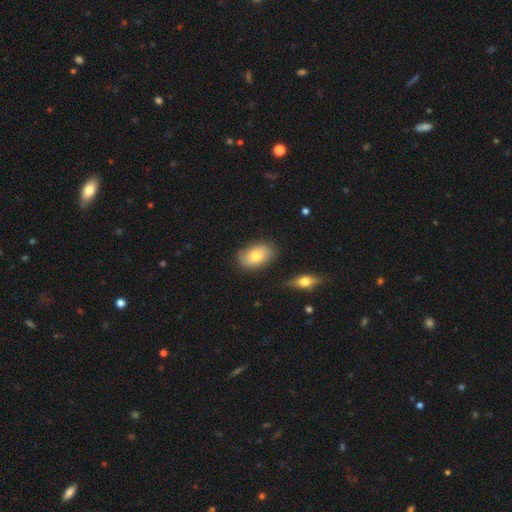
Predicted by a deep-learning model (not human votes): Overall: smooth (73%). How rounded: in between (89%). Merging: none (76%).